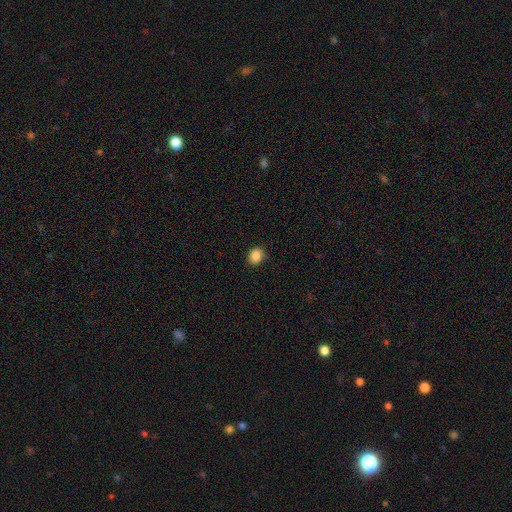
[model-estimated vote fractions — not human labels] smooth 87%, star or artifact 10%, featured or disk 4%. Down the decision tree: how rounded — round (59%); merging — none (83%).